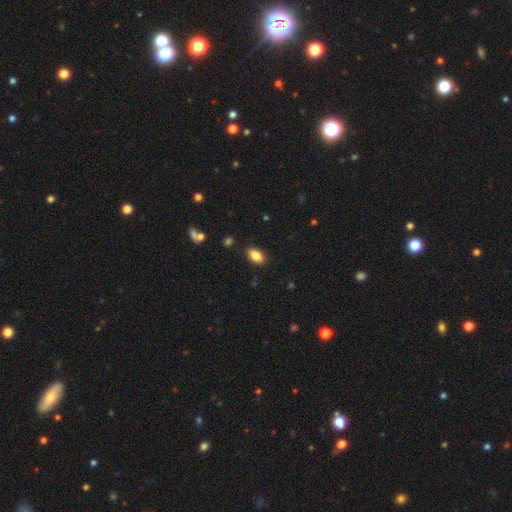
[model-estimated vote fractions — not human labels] Q: Smooth or featured?
A: smooth (84%); runner-up: star or artifact (8%)
Q: How rounded?
A: in between (91%); runner-up: round (5%)
Q: Merging?
A: none (87%); runner-up: minor disturbance (9%)